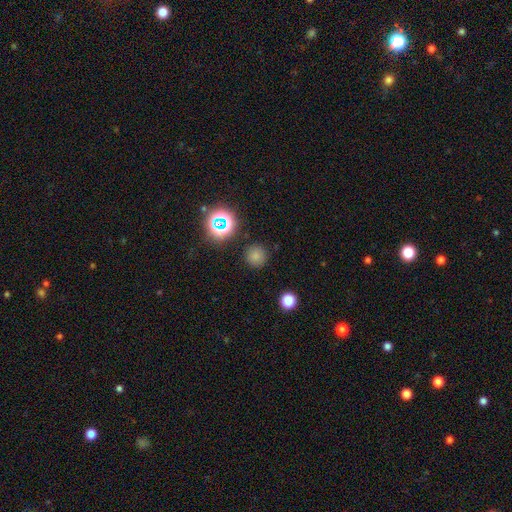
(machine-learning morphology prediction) smooth-or-featured: smooth: 74% | star or artifact: 21% | featured or disk: 6%
  how-rounded: round: 94% | in between: 5% | cigar-shaped: 1%
  merging: none: 87% | minor disturbance: 8% | major disturbance: 3% | merger: 2%